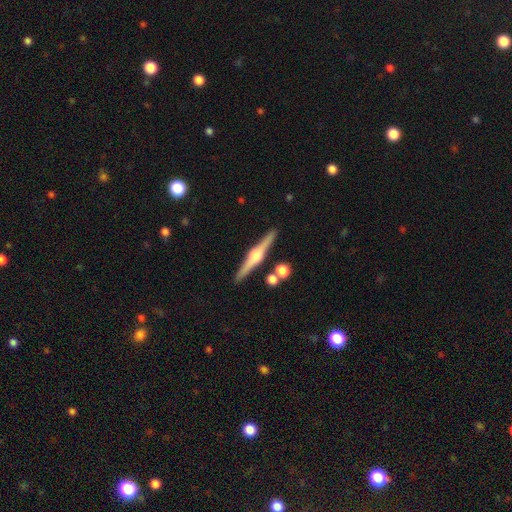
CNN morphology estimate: Smooth or featured? Predicted: featured or disk (p=0.81). Edge-on disk? Predicted: yes (p=0.98). Edge-on bulge? Predicted: rounded (p=0.94). Merging? Predicted: none (p=0.89).